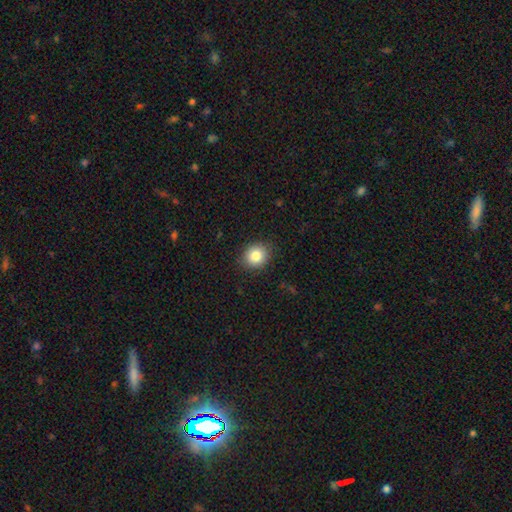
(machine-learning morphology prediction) This appears to be a smooth galaxy with no disk features (83%) that is round (69%). Merging: none (87%).